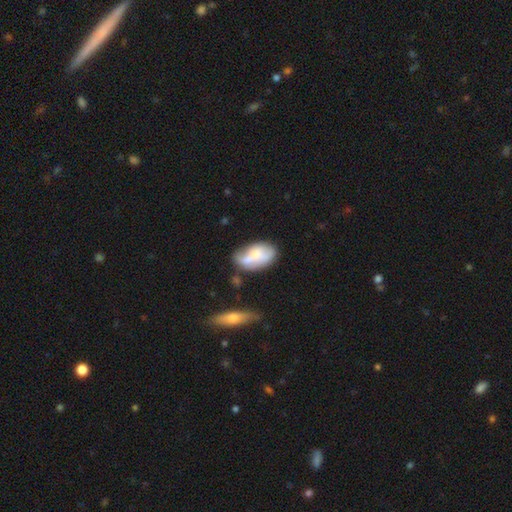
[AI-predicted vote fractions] This appears to be a smooth galaxy with no disk features (60%) that is in between round and cigar-shaped (91%). Merging: none (40%).